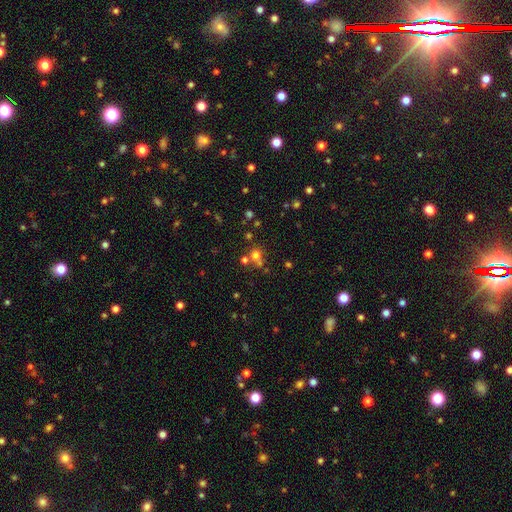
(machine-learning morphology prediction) Smooth or featured? Predicted: smooth (p=0.62). How rounded? Predicted: round (p=0.86). Merging? Predicted: none (p=0.58).